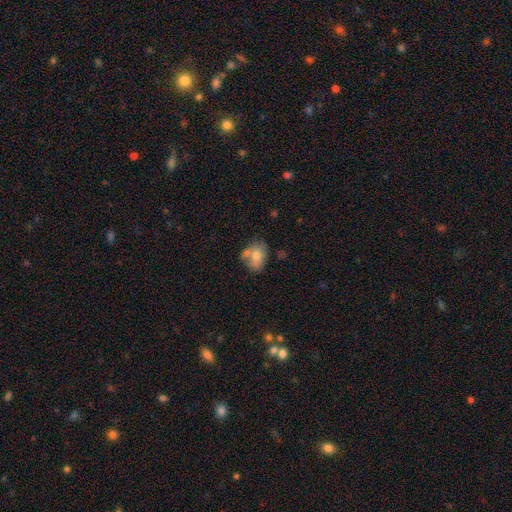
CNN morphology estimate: Q: Smooth or featured?
A: smooth (69%); runner-up: featured or disk (22%)
Q: How rounded?
A: in between (72%); runner-up: round (26%)
Q: Merging?
A: none (43%); runner-up: merger (29%)